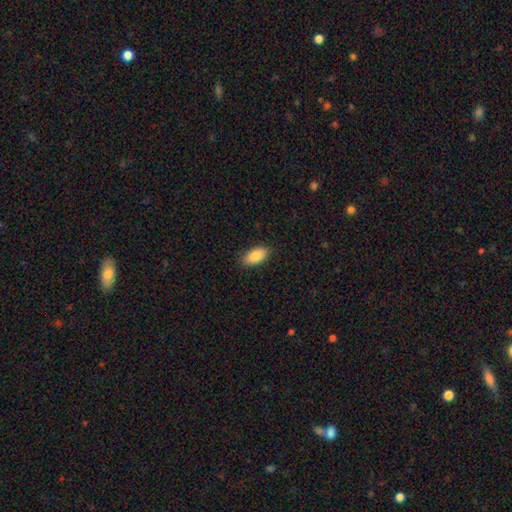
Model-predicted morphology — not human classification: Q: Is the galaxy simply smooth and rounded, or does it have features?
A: smooth — 87%.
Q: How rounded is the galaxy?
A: in between — 93%.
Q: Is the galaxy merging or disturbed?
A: none — 86%.